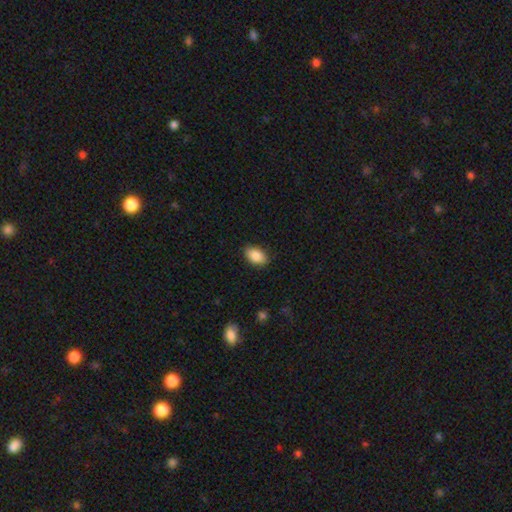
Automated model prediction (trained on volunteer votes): Overall: smooth (88%). How rounded: in between (89%). Merging: none (84%).